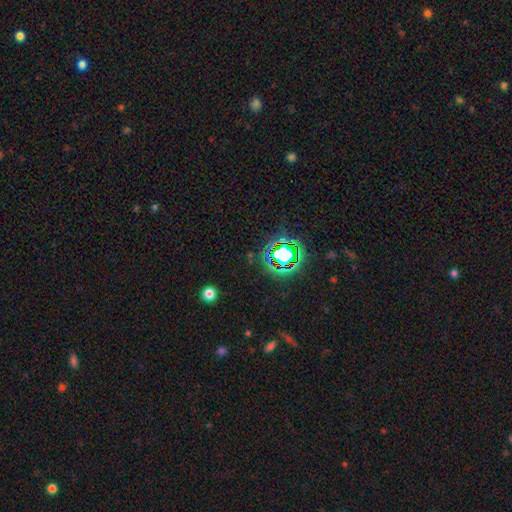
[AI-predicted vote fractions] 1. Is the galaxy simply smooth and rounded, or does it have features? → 76% star or artifact, 15% smooth, 9% featured or disk.